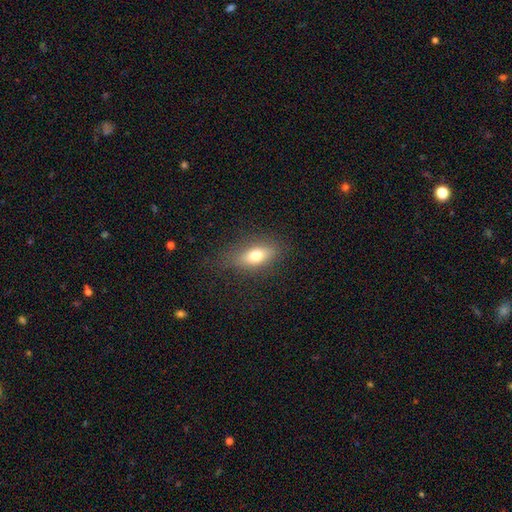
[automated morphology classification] This appears to be a smooth galaxy with no disk features (71%) that is in between round and cigar-shaped (76%). Merging: none (81%).